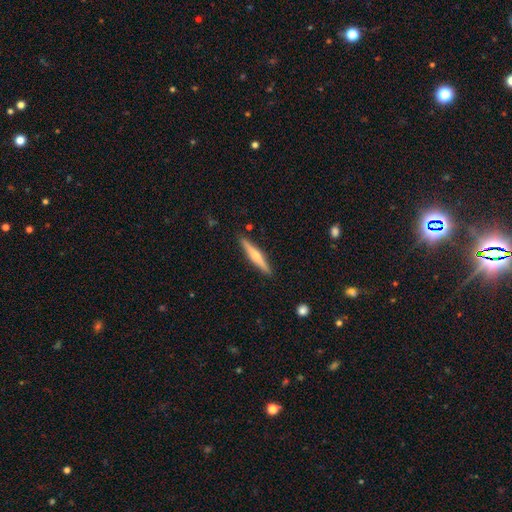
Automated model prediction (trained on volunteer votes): This is possibly a featured or disk galaxy (56%). It is clearly viewed edge-on (97%). Edge-on bulge: clearly rounded (83%). Merging: clearly none (90%).